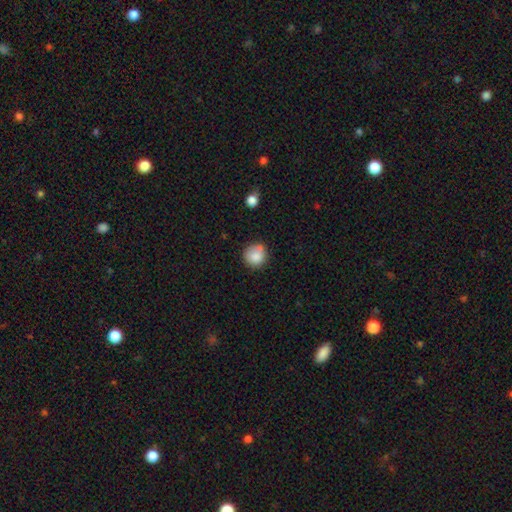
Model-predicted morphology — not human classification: This is clearly a smooth galaxy (84%). How rounded: clearly round (90%). Merging: likely none (67%).